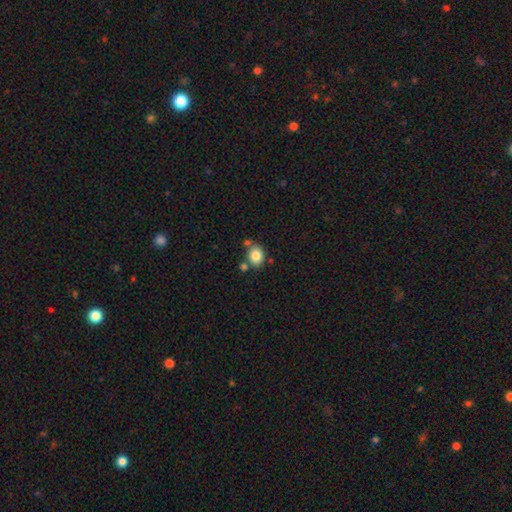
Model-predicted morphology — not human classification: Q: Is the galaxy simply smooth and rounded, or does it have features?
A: smooth — 84%.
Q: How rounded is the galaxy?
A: round — 57%.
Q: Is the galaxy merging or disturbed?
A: none — 65%.